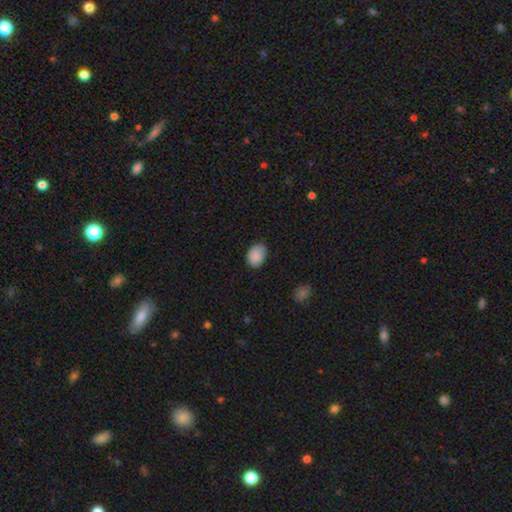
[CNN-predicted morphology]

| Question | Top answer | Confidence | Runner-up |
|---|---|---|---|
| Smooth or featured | smooth | 87% | star or artifact (8%) |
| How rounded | in between | 71% | round (28%) |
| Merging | none | 70% | minor disturbance (25%) |